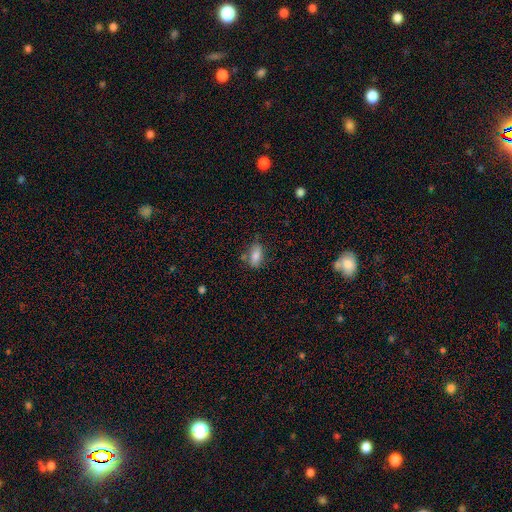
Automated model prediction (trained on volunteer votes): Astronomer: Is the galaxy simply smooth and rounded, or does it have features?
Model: smooth — 81%.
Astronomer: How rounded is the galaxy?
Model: in between — 86%.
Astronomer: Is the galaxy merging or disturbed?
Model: none — 65%.